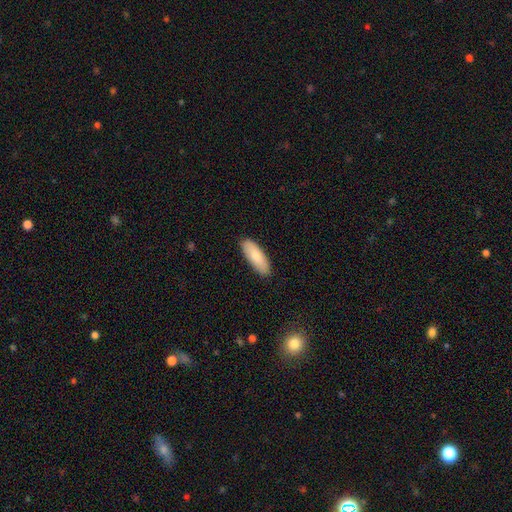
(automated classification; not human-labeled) Q: Smooth or featured?
A: smooth (84%); runner-up: featured or disk (11%)
Q: How rounded?
A: in between (68%); runner-up: cigar-shaped (30%)
Q: Merging?
A: none (88%); runner-up: minor disturbance (9%)